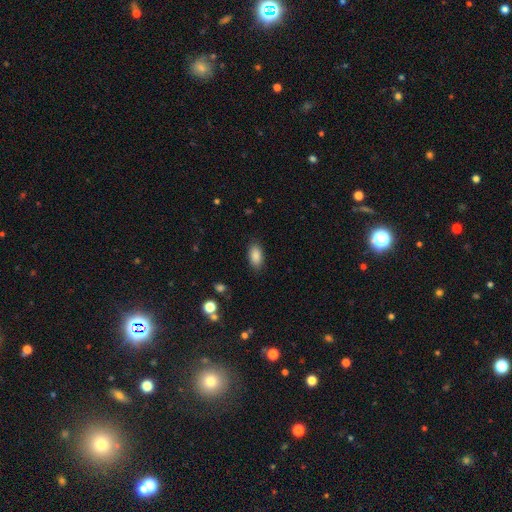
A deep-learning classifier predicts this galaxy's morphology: Overall: smooth (88%). How rounded: in between (92%). Merging: none (87%).